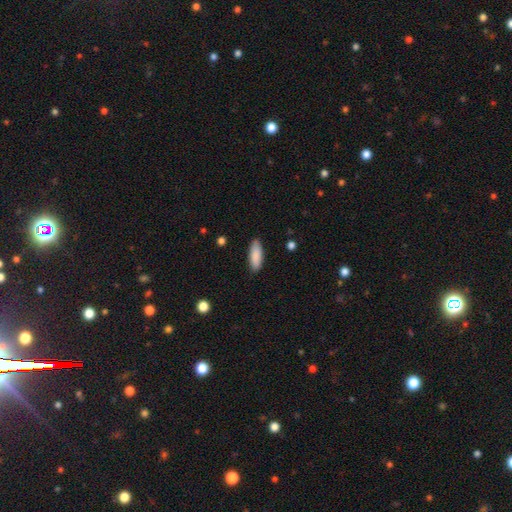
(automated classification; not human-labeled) smooth 88%, featured or disk 6%, star or artifact 6%. Down the decision tree: how rounded — in between (68%); merging — none (88%).